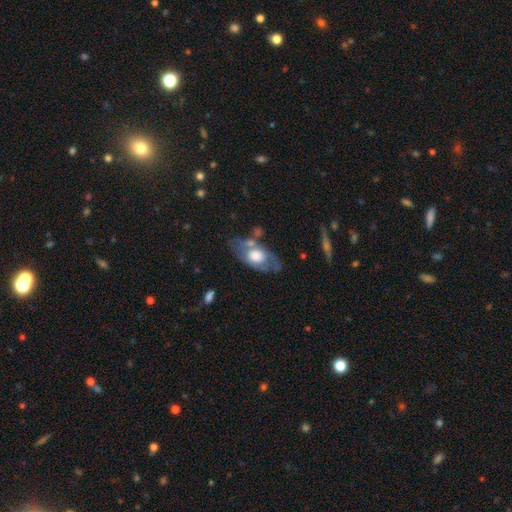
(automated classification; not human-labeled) This appears to be a featured or disk galaxy (48%). Merging: none (51%).